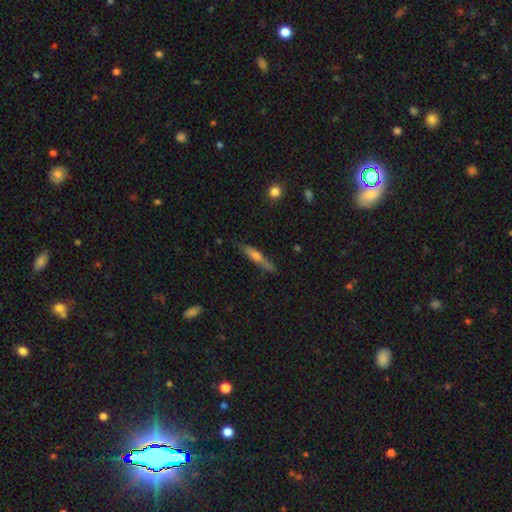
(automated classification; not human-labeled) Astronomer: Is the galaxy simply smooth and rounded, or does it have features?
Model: smooth — 50% (runner-up: featured or disk, 43%).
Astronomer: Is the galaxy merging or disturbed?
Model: none — 81%.